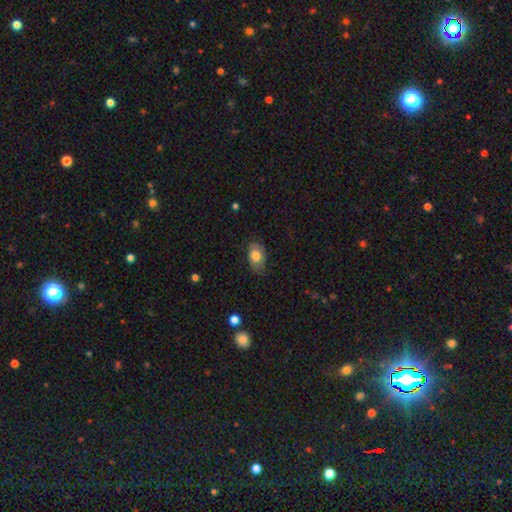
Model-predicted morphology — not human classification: smooth-or-featured: smooth: 70% | featured or disk: 22% | star or artifact: 8%
  how-rounded: in between: 85% | round: 14% | cigar-shaped: 1%
  merging: none: 68% | minor disturbance: 24% | major disturbance: 7% | merger: 1%